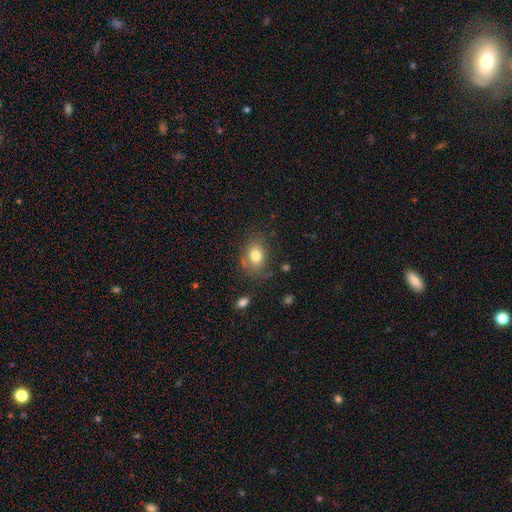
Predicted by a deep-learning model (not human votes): A smooth galaxy with no disk features (78%) that is in between round and cigar-shaped (67%). Merging: none (69%).